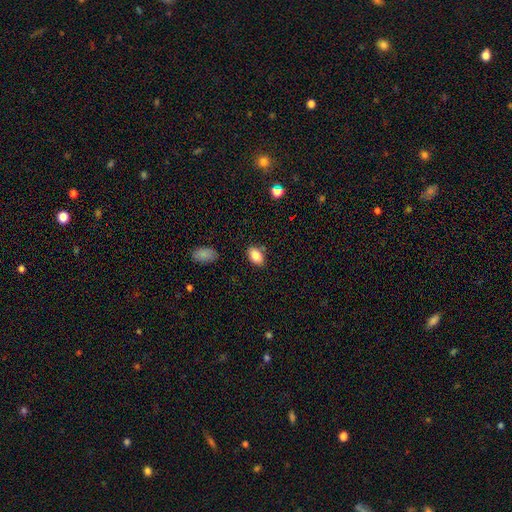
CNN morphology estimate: type=smooth (86%); roundness=in between (89%); merging=none (81%).